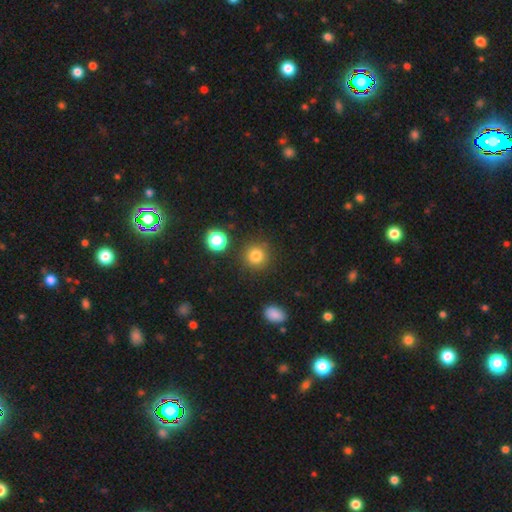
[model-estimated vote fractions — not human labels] This appears to be a smooth galaxy with no disk features (81%) that is round (93%). Merging: none (86%).